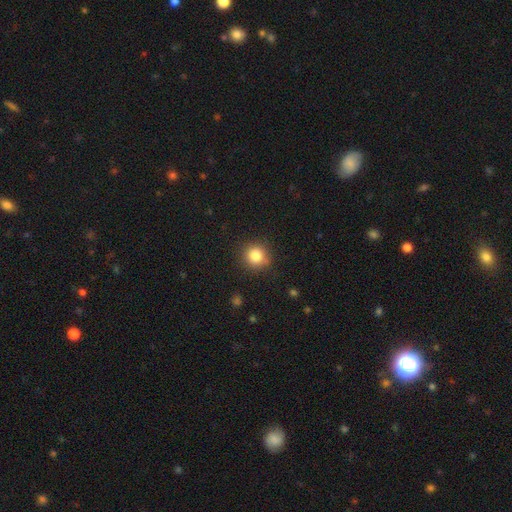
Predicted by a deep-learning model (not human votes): A smooth galaxy with no disk features (83%) that is round (92%). Merging: none (85%).